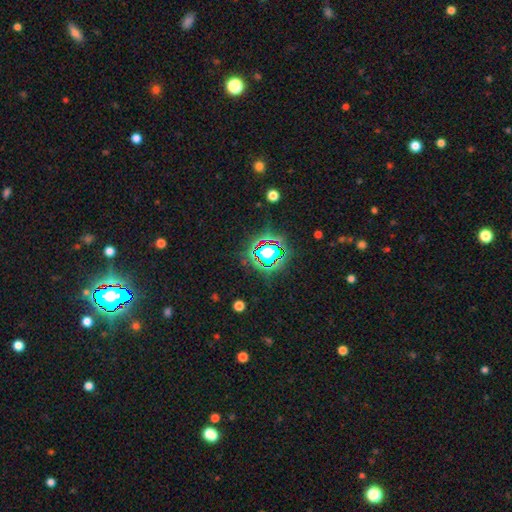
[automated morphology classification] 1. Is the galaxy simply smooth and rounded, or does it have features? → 83% star or artifact, 10% smooth, 7% featured or disk.